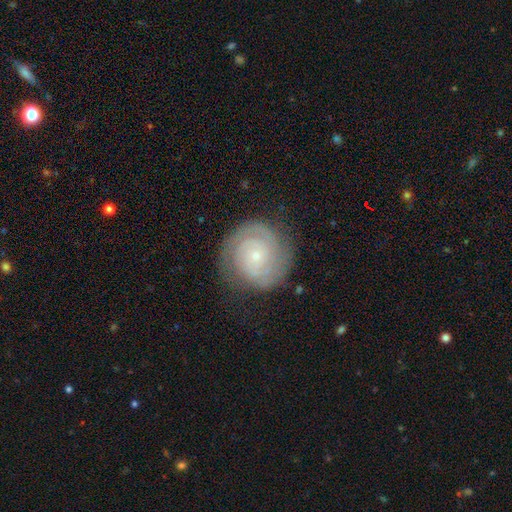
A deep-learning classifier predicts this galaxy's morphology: Smooth or featured? featured or disk (81%)
Edge-on disk? no (98%)
Bar? no (77%)
Spiral arms? yes (95%)
Spiral winding? tight (75%)
Spiral arm count? 2 (57%)
Bulge size? small (84%)
Merging? none (80%)